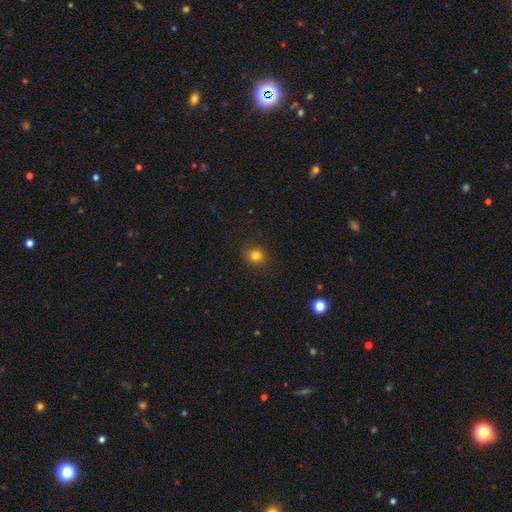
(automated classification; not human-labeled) Smooth or featured: smooth — 81% (star or artifact — 14%)
How rounded: round — 85% (in between — 14%)
Merging: none — 88% (minor disturbance — 8%)